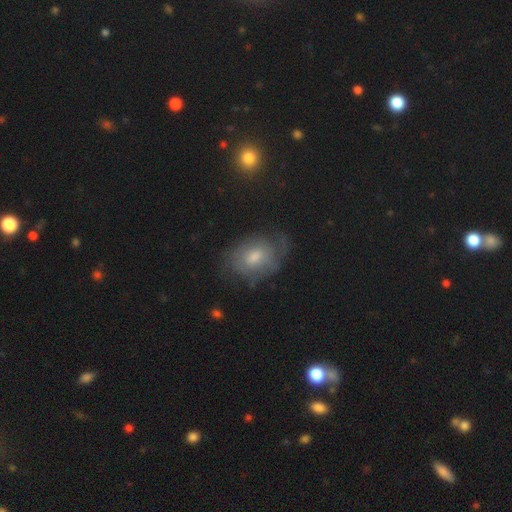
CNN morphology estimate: This appears to be a featured or disk galaxy (54%) with no bar (63%), spiral arms (75%) and a moderate central bulge (57%). Merging: none (62%).